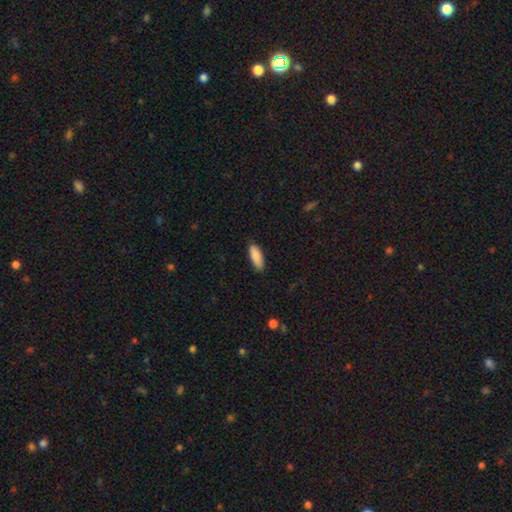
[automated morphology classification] Smooth or featured?
  - smooth: 89% *
  - star or artifact: 6%
  - featured or disk: 5%
How rounded?
  - in between: 71% *
  - cigar-shaped: 27%
  - round: 2%
Merging?
  - none: 86% *
  - minor disturbance: 11%
  - major disturbance: 2%
  - merger: 1%